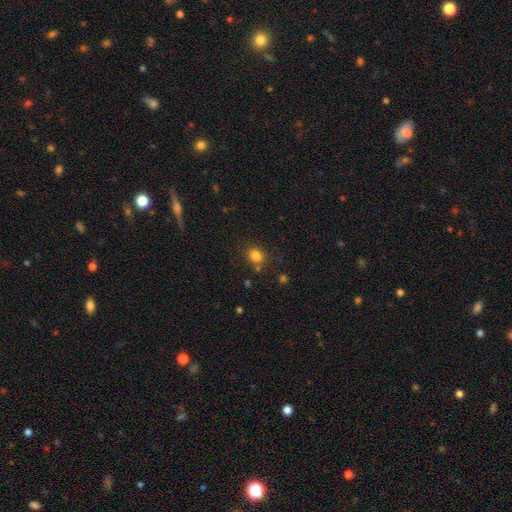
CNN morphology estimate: Smooth or featured?
  - smooth: 81% *
  - star or artifact: 13%
  - featured or disk: 6%
How rounded?
  - round: 74% *
  - in between: 25%
  - cigar-shaped: 1%
Merging?
  - none: 78% *
  - minor disturbance: 11%
  - merger: 7%
  - major disturbance: 3%